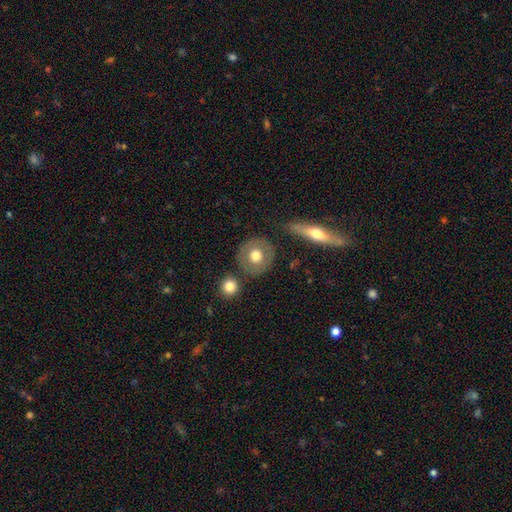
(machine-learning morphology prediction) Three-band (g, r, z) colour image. It shows a smooth galaxy with no disk features (63%) that is round (89%). Merging: none (80%).